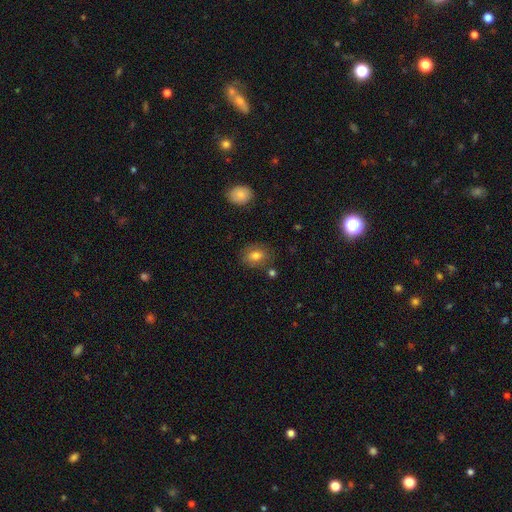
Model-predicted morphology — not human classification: Q: Smooth or featured?
A: smooth (77%); runner-up: featured or disk (12%)
Q: How rounded?
A: in between (57%); runner-up: round (41%)
Q: Merging?
A: none (78%); runner-up: minor disturbance (14%)